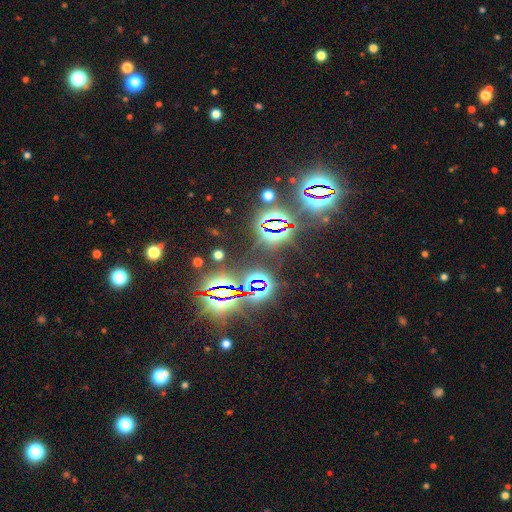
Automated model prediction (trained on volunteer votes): A star or artifact, not a galaxy (83%).

Vote fractions:
- Smooth or featured? star or artifact: 83% / smooth: 10% / featured or disk: 7%